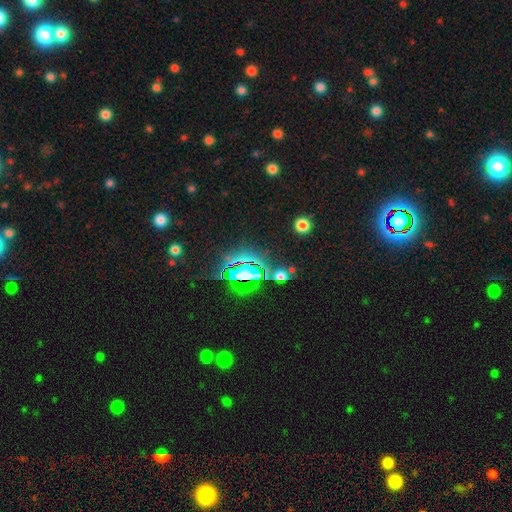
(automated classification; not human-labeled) Overall: star or artifact (81%).